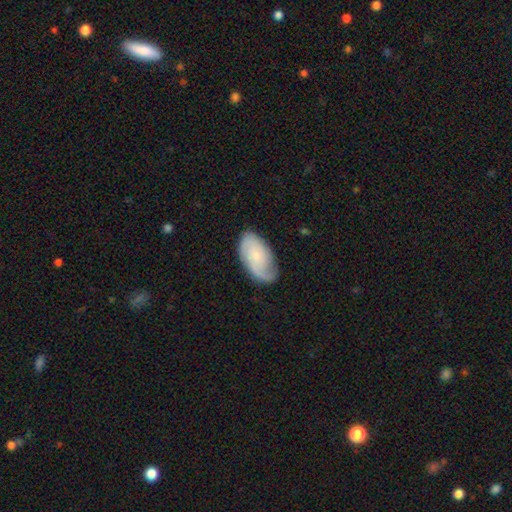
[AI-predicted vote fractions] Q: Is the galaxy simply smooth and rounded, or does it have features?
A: featured or disk — 61%.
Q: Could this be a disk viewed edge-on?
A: no — 95%.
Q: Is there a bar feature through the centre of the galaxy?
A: no — 76%.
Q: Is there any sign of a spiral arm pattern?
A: yes — 91%.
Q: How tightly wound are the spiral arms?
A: tight — 42%.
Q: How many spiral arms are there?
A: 2 — 44%.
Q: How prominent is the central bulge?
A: small — 71%.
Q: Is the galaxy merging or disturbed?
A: none — 70%.